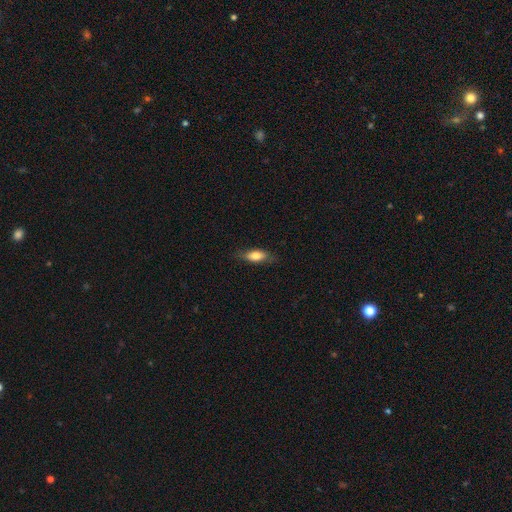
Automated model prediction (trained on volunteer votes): This is likely a smooth galaxy (75%). How rounded: likely in between (71%). Merging: likely none (75%).